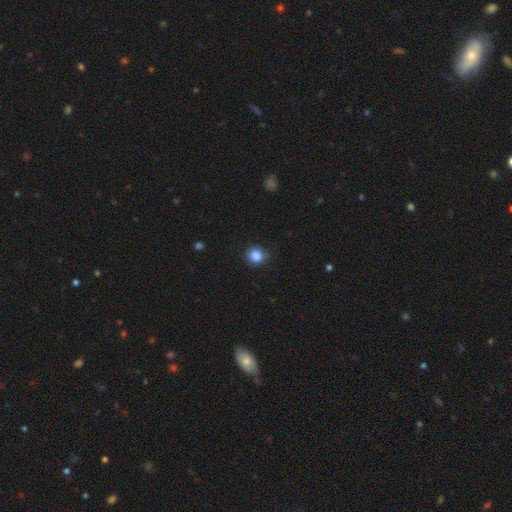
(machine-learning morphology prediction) Smooth or featured?
  - smooth: 86% *
  - star or artifact: 10%
  - featured or disk: 4%
How rounded?
  - round: 84% *
  - in between: 15%
  - cigar-shaped: 1%
Merging?
  - none: 84% *
  - minor disturbance: 12%
  - major disturbance: 3%
  - merger: 1%